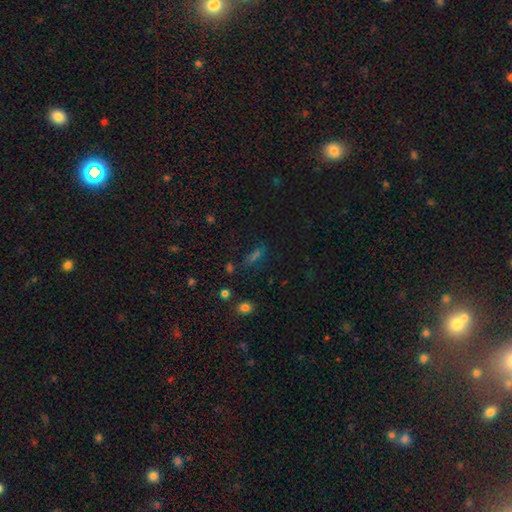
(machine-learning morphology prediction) The model was most divided on "smooth or featured": star or artifact: 46%, smooth: 39%, featured or disk: 15%.